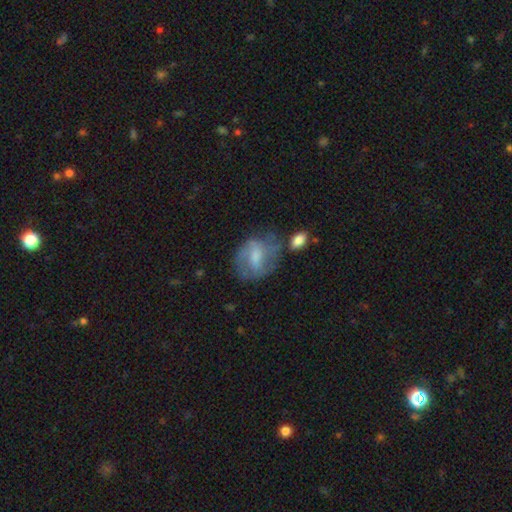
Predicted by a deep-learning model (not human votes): Smooth or featured: featured or disk — 48% (smooth — 44%)
Merging: none — 53% (minor disturbance — 24%)